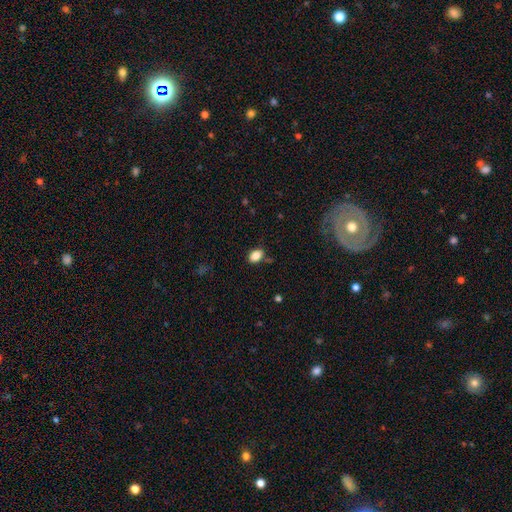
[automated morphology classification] Smooth or featured? Predicted: smooth (p=0.85). How rounded? Predicted: in between (p=0.86). Merging? Predicted: none (p=0.78).